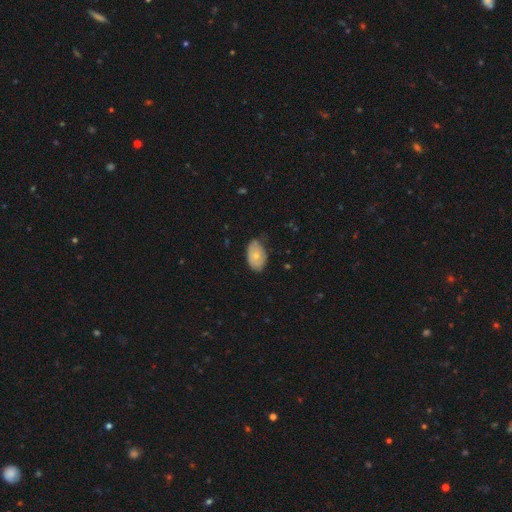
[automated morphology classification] Q: Smooth or featured?
A: smooth (63%); runner-up: featured or disk (31%)
Q: How rounded?
A: in between (89%); runner-up: round (9%)
Q: Merging?
A: none (59%); runner-up: minor disturbance (33%)